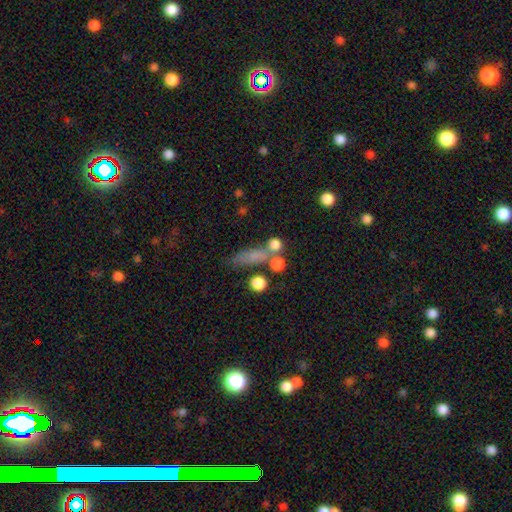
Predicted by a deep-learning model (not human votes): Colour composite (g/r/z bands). It shows a smooth galaxy with no disk features (64%) that is cigar-shaped (44%). Merging: none (53%).